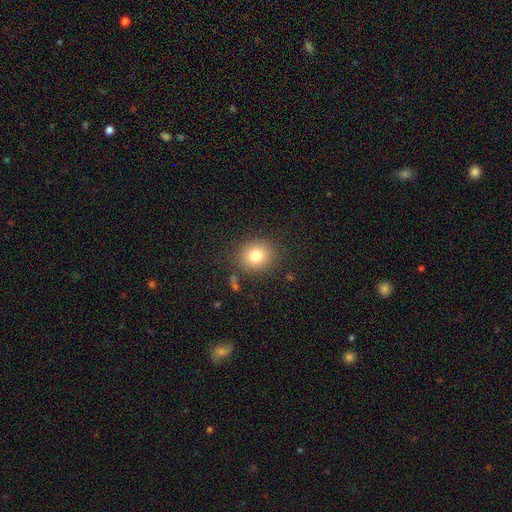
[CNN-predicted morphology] Q: Smooth or featured?
A: smooth (79%); runner-up: star or artifact (12%)
Q: How rounded?
A: round (80%); runner-up: in between (19%)
Q: Merging?
A: none (85%); runner-up: minor disturbance (9%)